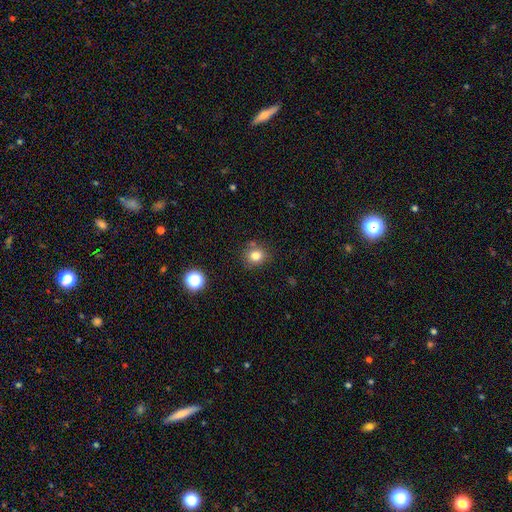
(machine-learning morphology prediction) Smooth or featured? smooth (80%)
How rounded? round (83%)
Merging? none (79%)